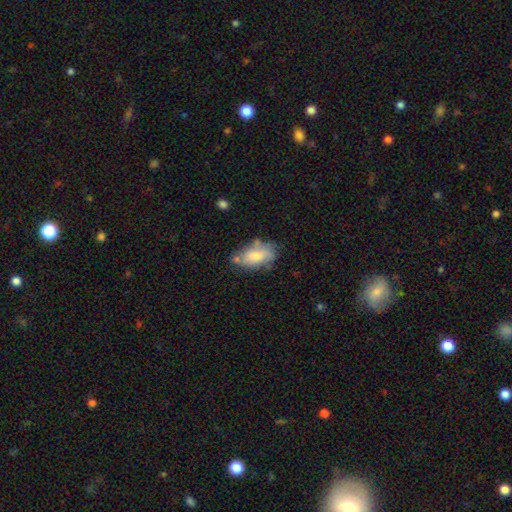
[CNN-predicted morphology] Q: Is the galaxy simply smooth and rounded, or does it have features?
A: smooth — 67%.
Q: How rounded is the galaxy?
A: in between — 92%.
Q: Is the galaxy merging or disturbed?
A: none — 48%.